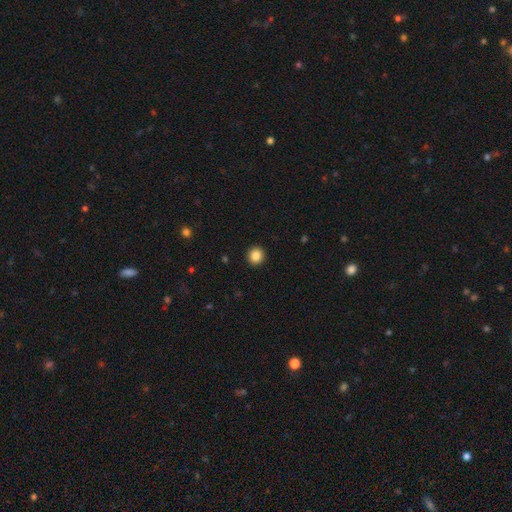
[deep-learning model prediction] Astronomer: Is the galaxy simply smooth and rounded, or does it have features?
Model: smooth — 86%.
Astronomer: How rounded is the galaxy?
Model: round — 90%.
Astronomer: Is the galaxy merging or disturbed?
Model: none — 93%.